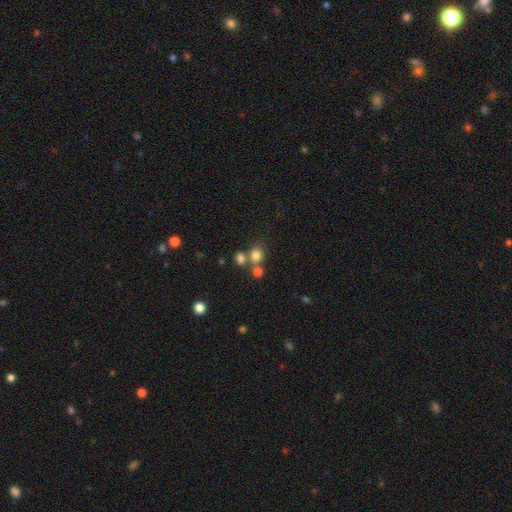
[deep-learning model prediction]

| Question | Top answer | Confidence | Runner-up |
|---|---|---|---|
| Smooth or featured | smooth | 77% | star or artifact (15%) |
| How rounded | round | 75% | in between (24%) |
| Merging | none | 54% | merger (32%) |